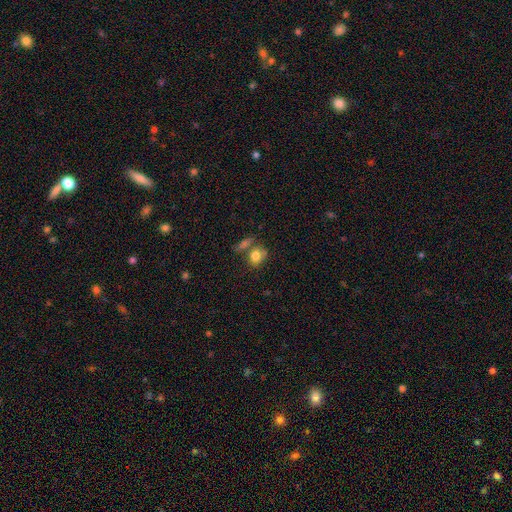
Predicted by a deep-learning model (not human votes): The model was most divided on "how rounded": round: 53%, in between: 45%, cigar-shaped: 2%. Remaining: smooth or featured — smooth (79%); merging — none (48%).